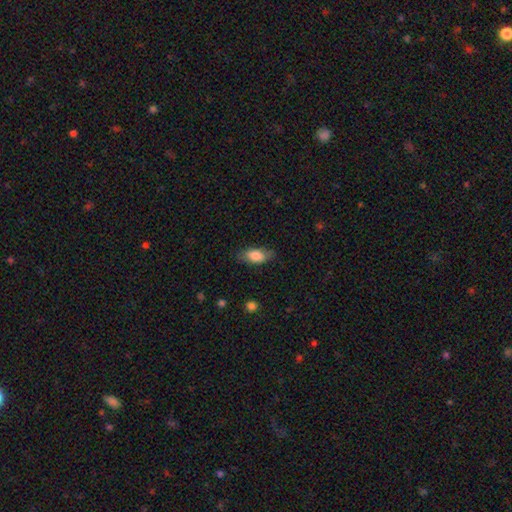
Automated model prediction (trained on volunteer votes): Smooth or featured?
  - smooth: 79% *
  - featured or disk: 15%
  - star or artifact: 6%
How rounded?
  - in between: 85% *
  - cigar-shaped: 12%
  - round: 3%
Merging?
  - none: 80% *
  - minor disturbance: 15%
  - major disturbance: 4%
  - merger: 1%